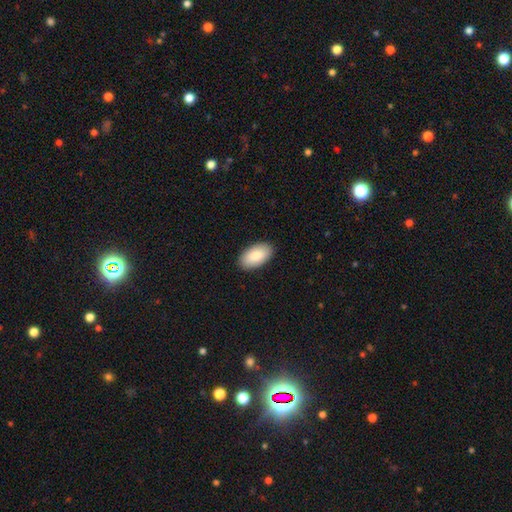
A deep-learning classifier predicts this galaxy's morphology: Q: Smooth or featured?
A: smooth (87%); runner-up: featured or disk (8%)
Q: How rounded?
A: in between (96%); runner-up: round (2%)
Q: Merging?
A: none (90%); runner-up: minor disturbance (8%)